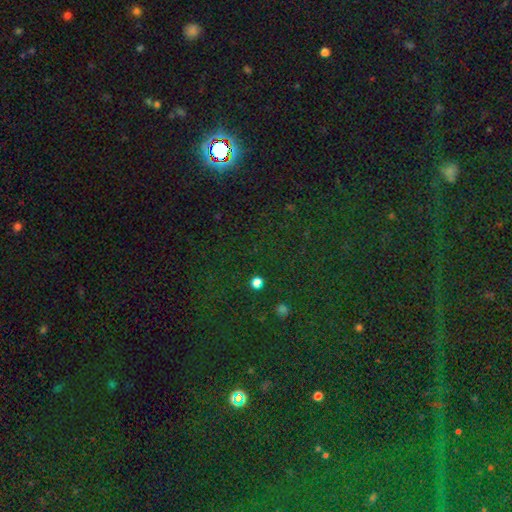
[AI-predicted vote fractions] This appears to be a star or artifact, not a galaxy (81%).